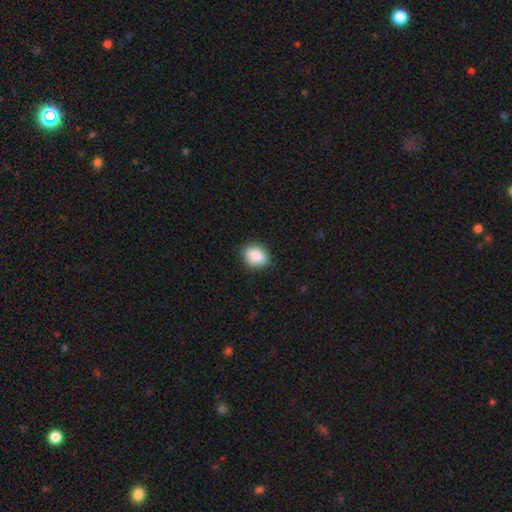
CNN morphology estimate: This appears to be a smooth galaxy with no disk features (88%) that is in between round and cigar-shaped (60%). Merging: none (87%).